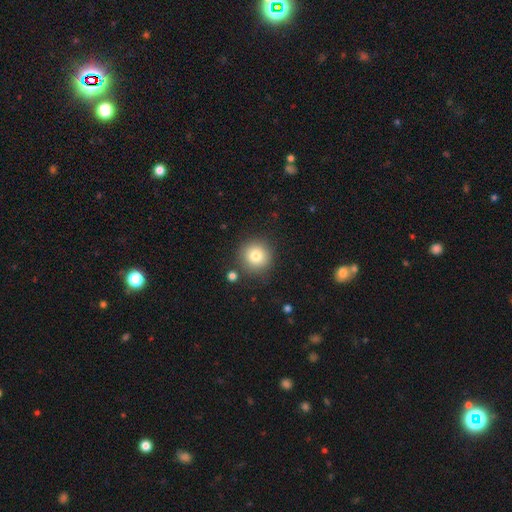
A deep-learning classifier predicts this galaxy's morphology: This is likely a smooth galaxy (79%). How rounded: clearly round (95%). Merging: clearly none (86%).